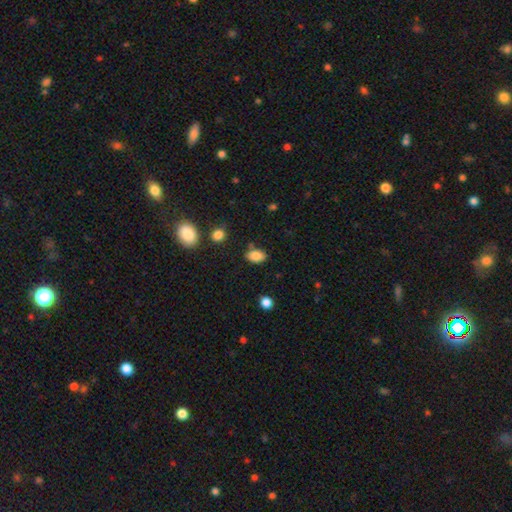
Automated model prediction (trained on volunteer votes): smooth 85%, star or artifact 9%, featured or disk 6%. Down the decision tree: how rounded — in between (87%); merging — none (76%).